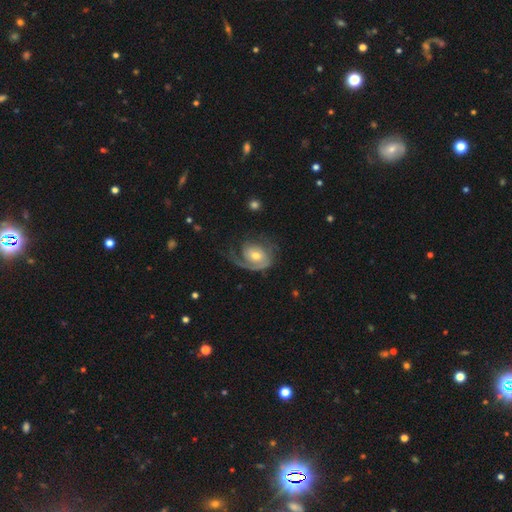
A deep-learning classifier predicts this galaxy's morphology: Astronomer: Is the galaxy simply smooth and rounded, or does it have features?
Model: featured or disk — 80%.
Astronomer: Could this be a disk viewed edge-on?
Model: no — 97%.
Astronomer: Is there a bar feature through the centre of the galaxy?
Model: no — 64%.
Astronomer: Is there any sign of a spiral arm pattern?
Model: yes — 92%.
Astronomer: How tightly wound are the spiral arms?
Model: tight — 44% (runner-up: medium, 35%).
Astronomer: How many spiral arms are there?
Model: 1 — 60%.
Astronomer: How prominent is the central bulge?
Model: moderate — 59%.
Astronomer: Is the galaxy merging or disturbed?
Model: none — 54%.